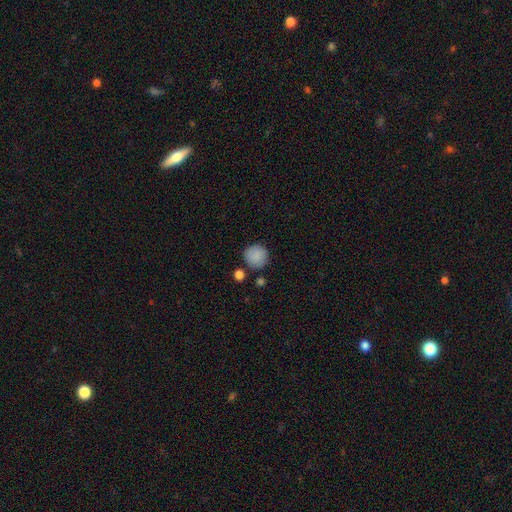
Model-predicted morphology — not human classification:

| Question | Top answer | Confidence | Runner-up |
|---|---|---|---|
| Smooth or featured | smooth | 88% | star or artifact (8%) |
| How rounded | round | 93% | in between (6%) |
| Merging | none | 82% | minor disturbance (10%) |